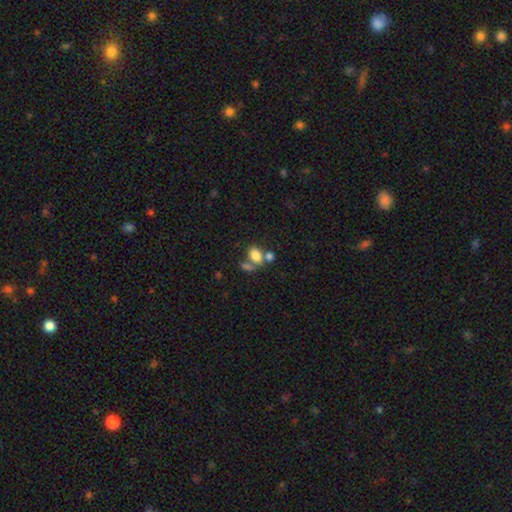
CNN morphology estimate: Smooth or featured?
  - smooth: 79% *
  - star or artifact: 11%
  - featured or disk: 10%
How rounded?
  - in between: 81% *
  - round: 17%
  - cigar-shaped: 2%
Merging?
  - merger: 41% * (tied)
  - none: 41% * (tied)
  - minor disturbance: 12%
  - major disturbance: 6%